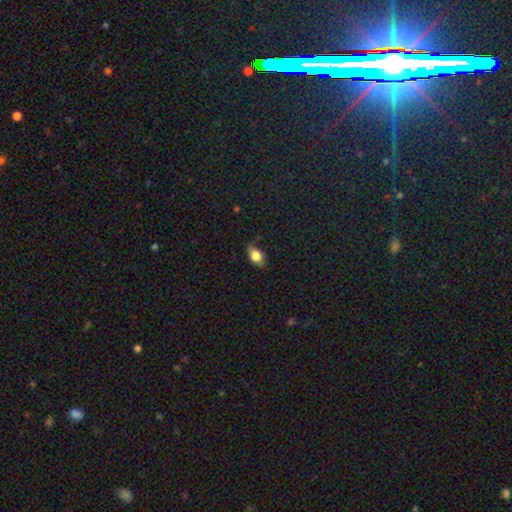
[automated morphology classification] type=smooth (78%); roundness=in between (84%); merging=none (68%).